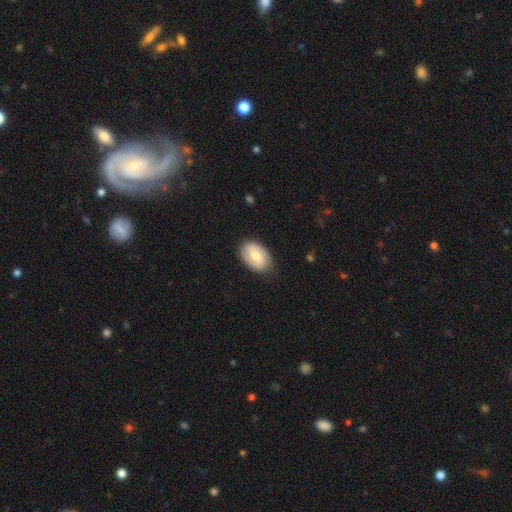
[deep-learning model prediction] smooth_or_featured: smooth (p=0.68) [alt: featured or disk p=0.26]
how_rounded: in between (p=0.88) [alt: round p=0.11]
merging: none (p=0.81) [alt: minor disturbance p=0.15]